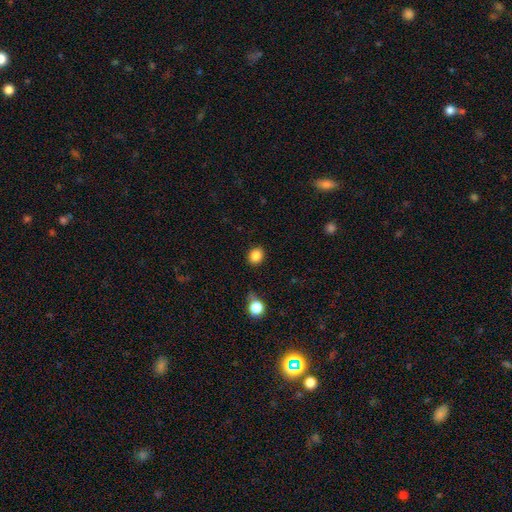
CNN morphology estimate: A smooth galaxy with no disk features (85%) that is round (74%).

Vote fractions:
- Smooth or featured? smooth: 85% / star or artifact: 11% / featured or disk: 4%
- How rounded? round: 74% / in between: 25% / cigar-shaped: 1%
- Merging? none: 87% / minor disturbance: 9% / major disturbance: 3% / merger: 2%